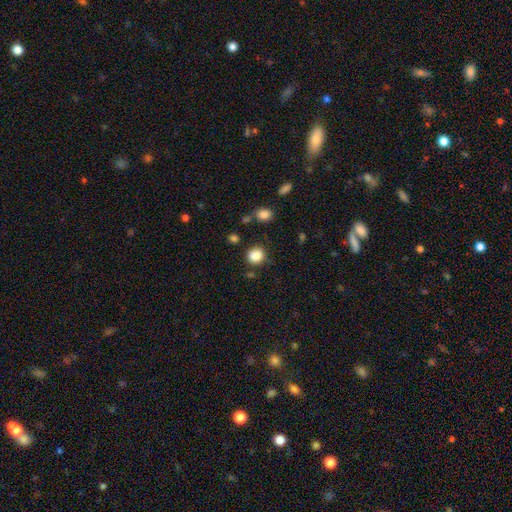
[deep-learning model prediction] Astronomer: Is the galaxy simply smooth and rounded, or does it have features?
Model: smooth — 87%.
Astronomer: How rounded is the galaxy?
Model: round — 76%.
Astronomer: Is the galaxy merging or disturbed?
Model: none — 80%.